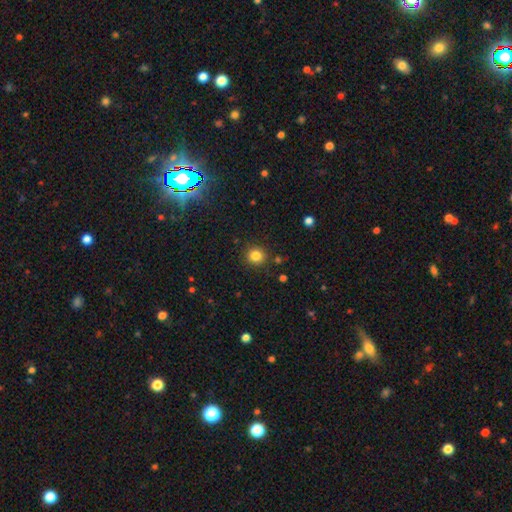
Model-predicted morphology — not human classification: The model was most divided on "smooth or featured": smooth: 83%, star or artifact: 12%, featured or disk: 5%. More confident: how rounded — round (92%); merging — none (89%).